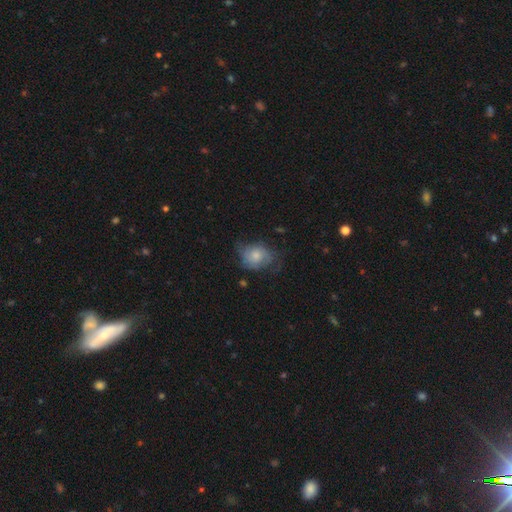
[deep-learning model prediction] The model was most divided on "how rounded": in between: 53%, round: 46%, cigar-shaped: 1%. Remaining: smooth or featured — smooth (65%); merging — none (43%).